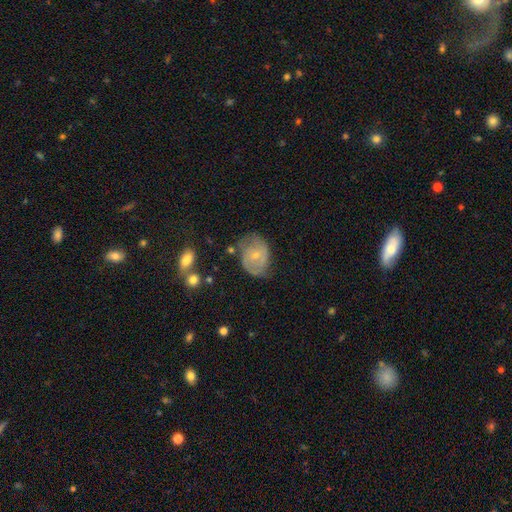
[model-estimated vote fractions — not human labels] This is likely a featured or disk galaxy (66%). It is clearly not viewed edge-on (97%). Bar: likely no (66%). Spiral arm pattern: clearly yes (84%). Spiral arm count: likely 2 (66%). Spiral winding: marginally tight (43%). Central bulge: likely small (67%). Merging: possibly none (59%).